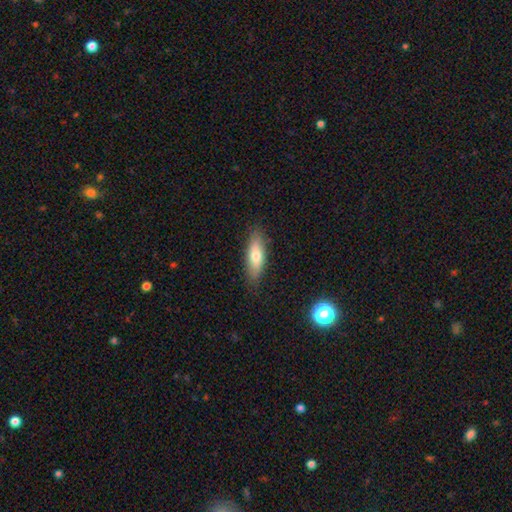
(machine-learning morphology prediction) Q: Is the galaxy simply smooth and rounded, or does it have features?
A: smooth — 71%.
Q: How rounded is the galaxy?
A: in between — 50%.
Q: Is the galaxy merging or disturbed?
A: none — 85%.